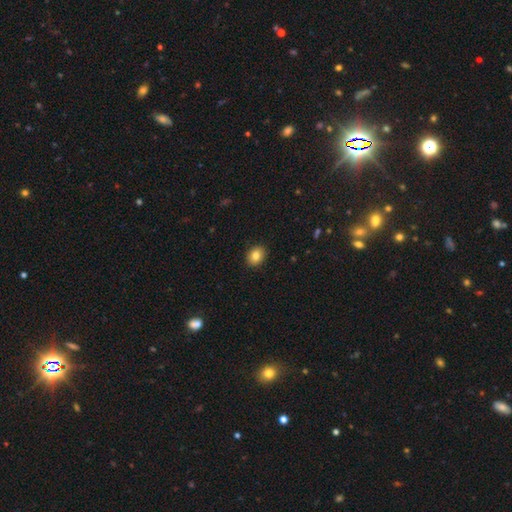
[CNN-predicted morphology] type=smooth (83%); roundness=round (51%); merging=none (91%).